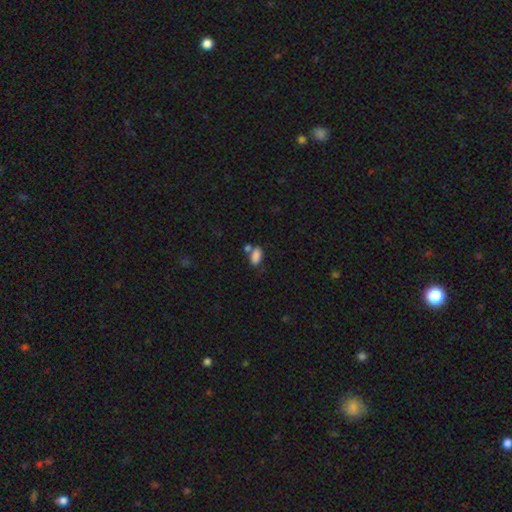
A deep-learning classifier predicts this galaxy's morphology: The model was most divided on "merging": none: 54%, merger: 26%, minor disturbance: 15%, major disturbance: 5%. More confident: how rounded — in between (90%); smooth or featured — smooth (85%).